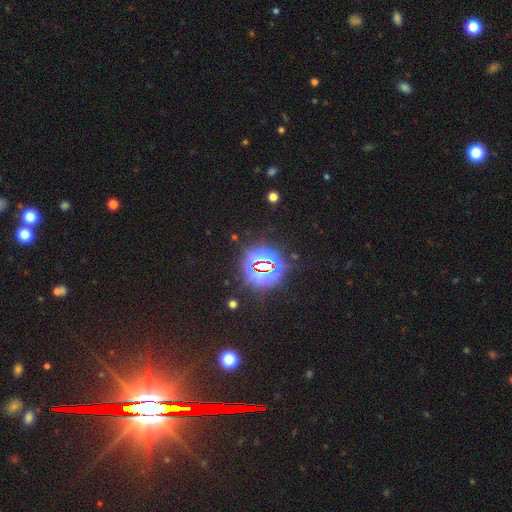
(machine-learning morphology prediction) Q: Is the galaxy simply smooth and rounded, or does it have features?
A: star or artifact — 78%.